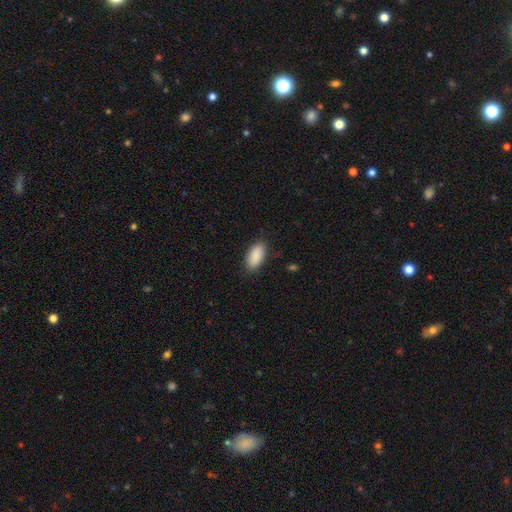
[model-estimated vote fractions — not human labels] This appears to be a smooth galaxy with no disk features (90%) that is in between round and cigar-shaped (91%). Merging: none (85%).